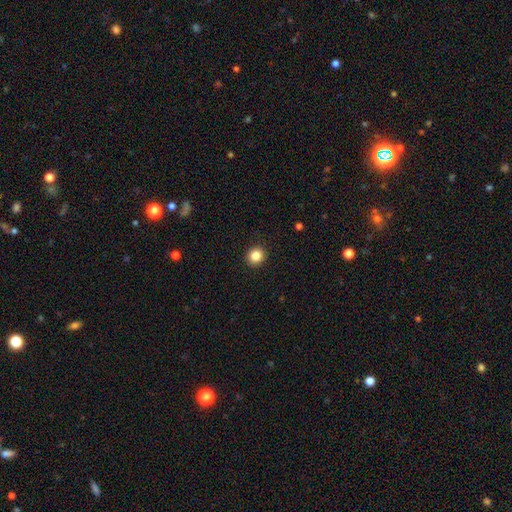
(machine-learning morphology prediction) A smooth galaxy with no disk features (85%) that is round (89%).

Vote fractions:
- Smooth or featured? smooth: 85% / star or artifact: 11% / featured or disk: 5%
- How rounded? round: 89% / in between: 10% / cigar-shaped: 1%
- Merging? none: 93% / minor disturbance: 5% / major disturbance: 2% / merger: 1%